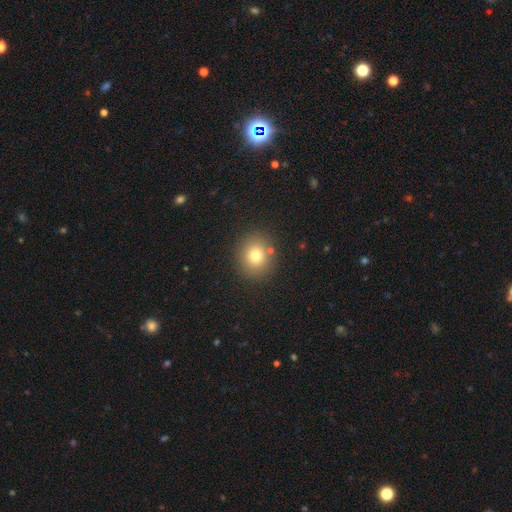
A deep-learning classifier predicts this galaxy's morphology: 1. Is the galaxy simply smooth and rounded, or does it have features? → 75% smooth, 14% star or artifact, 11% featured or disk.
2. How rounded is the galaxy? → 80% round, 19% in between, 1% cigar-shaped.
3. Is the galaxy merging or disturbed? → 84% none, 8% minor disturbance, 5% merger, 3% major disturbance.